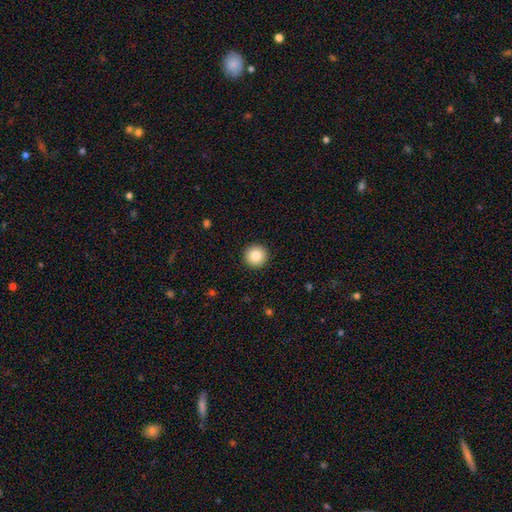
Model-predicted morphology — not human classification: A smooth galaxy with no disk features (84%) that is round (96%). Merging: none (93%).